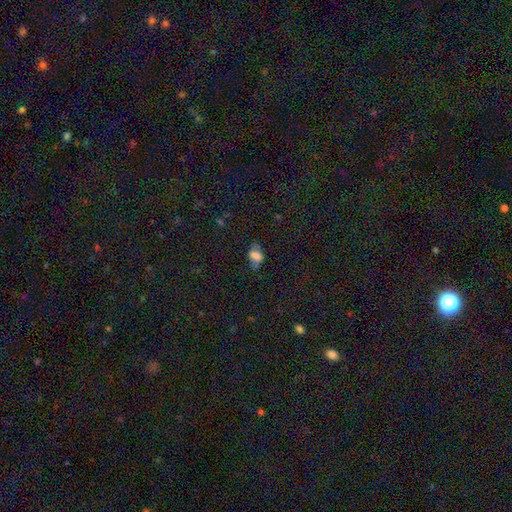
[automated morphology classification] A smooth galaxy with no disk features (59%) that is in between round and cigar-shaped (85%).

Vote fractions:
- Smooth or featured? smooth: 59% / featured or disk: 24% / star or artifact: 17%
- How rounded? in between: 85% / round: 8% / cigar-shaped: 7%
- Merging? none: 61% / minor disturbance: 24% / major disturbance: 12% / merger: 3%